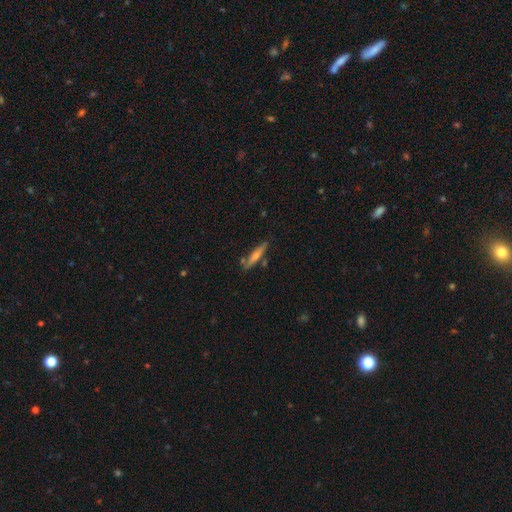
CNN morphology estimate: A smooth galaxy with no disk features (58%) that is cigar-shaped (88%).

Vote fractions:
- Smooth or featured? smooth: 58% / featured or disk: 35% / star or artifact: 6%
- How rounded? cigar-shaped: 88% / in between: 10% / round: 2%
- Merging? none: 77% / minor disturbance: 13% / merger: 7% / major disturbance: 3%